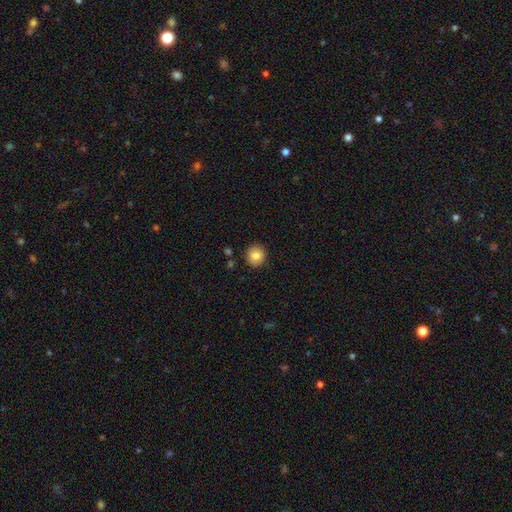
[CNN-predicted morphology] This is clearly a smooth galaxy (83%). How rounded: clearly round (89%). Merging: clearly none (89%).